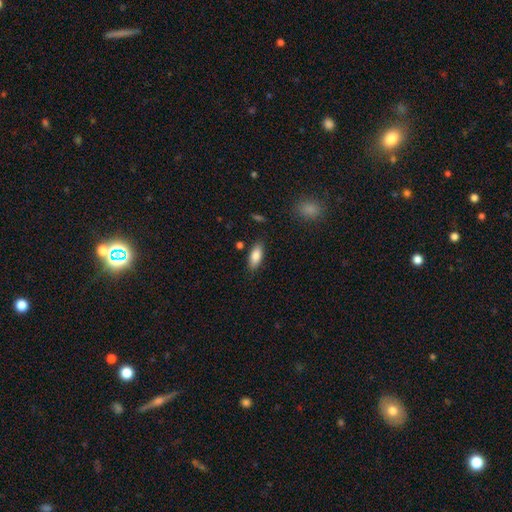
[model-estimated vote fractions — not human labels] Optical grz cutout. It shows a smooth galaxy with no disk features (84%) that is in between round and cigar-shaped (83%). Merging: none (83%).